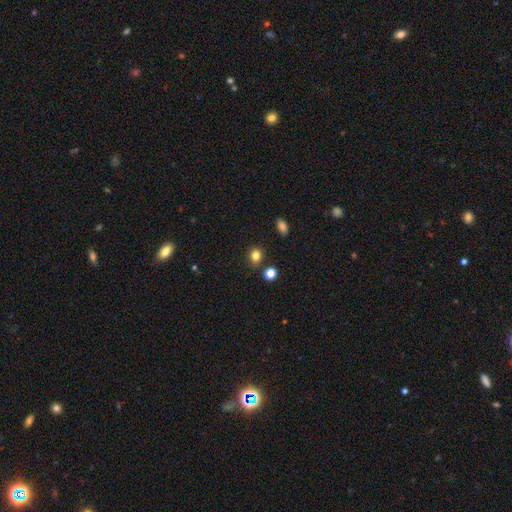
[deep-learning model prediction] smooth-or-featured: smooth: 81% | star or artifact: 13% | featured or disk: 5%
  how-rounded: round: 69% | in between: 30% | cigar-shaped: 1%
  merging: none: 84% | minor disturbance: 9% | merger: 5% | major disturbance: 3%